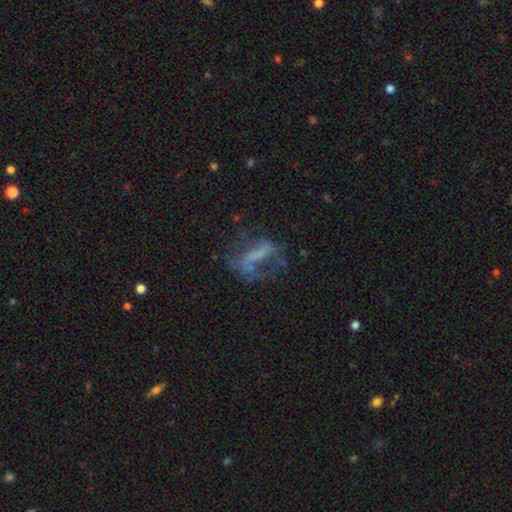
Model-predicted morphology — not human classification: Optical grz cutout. It shows a featured or disk galaxy (54%). Merging: major disturbance (38%).